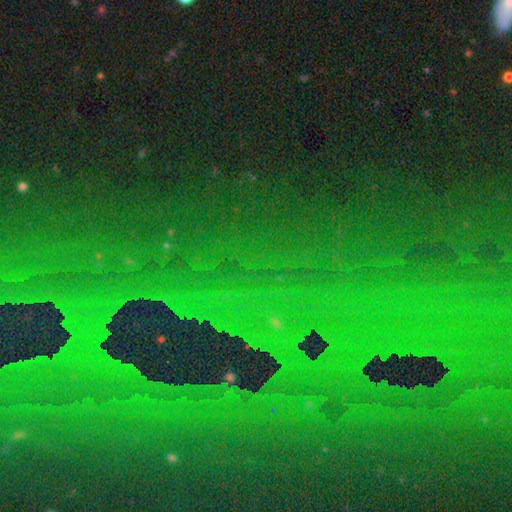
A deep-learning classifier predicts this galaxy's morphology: A star or artifact, not a galaxy (84%).